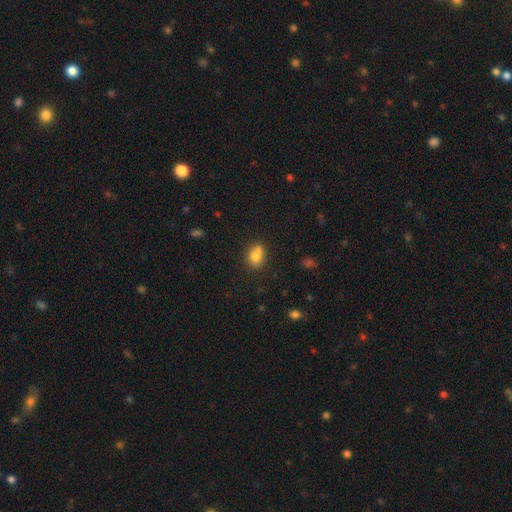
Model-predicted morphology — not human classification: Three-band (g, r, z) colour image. It shows a smooth galaxy with no disk features (75%) that is in between round and cigar-shaped (54%). Merging: none (46%).